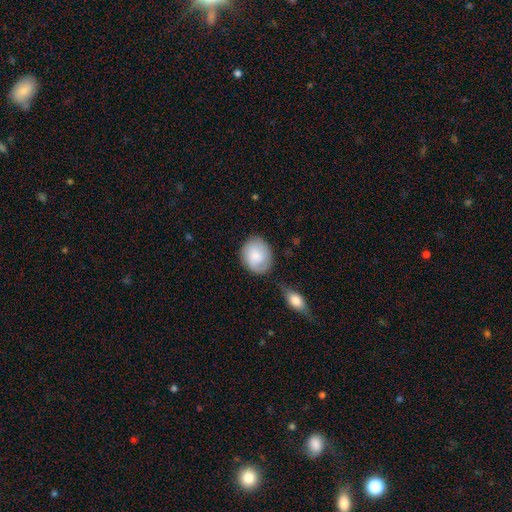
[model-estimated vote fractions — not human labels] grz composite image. It shows a smooth galaxy with no disk features (74%) that is round (61%). Merging: none (68%).